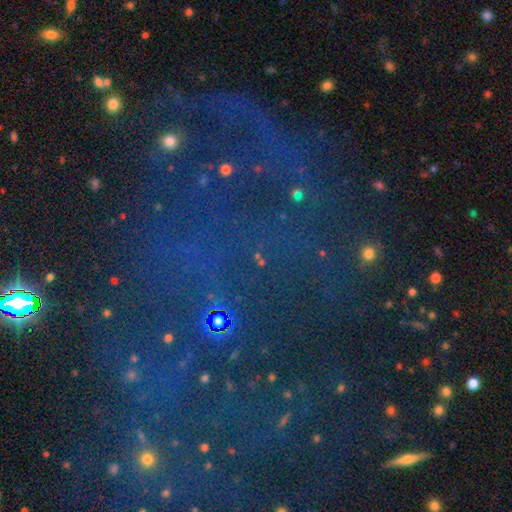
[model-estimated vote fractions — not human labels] Smooth or featured? Predicted: star or artifact (p=0.65).